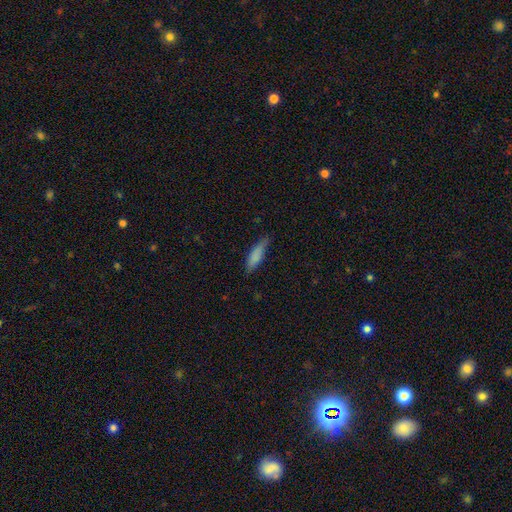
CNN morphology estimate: Smooth or featured: smooth — 82% (featured or disk — 11%)
How rounded: cigar-shaped — 60% (in between — 38%)
Merging: none — 71% (minor disturbance — 24%)